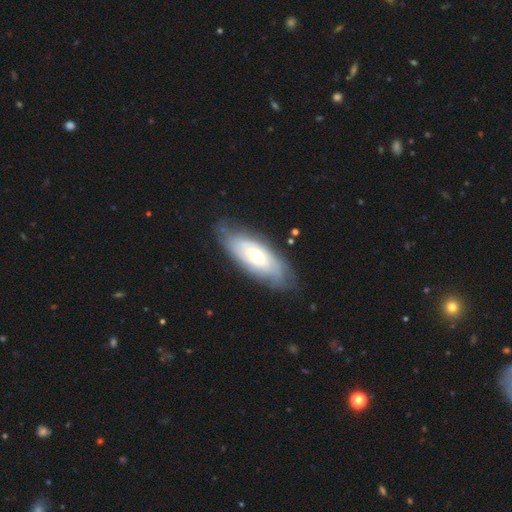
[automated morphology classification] A featured or disk galaxy (61%) with no bar (77%), spiral arms (74%) and a moderate central bulge (50%). Merging: none (78%).